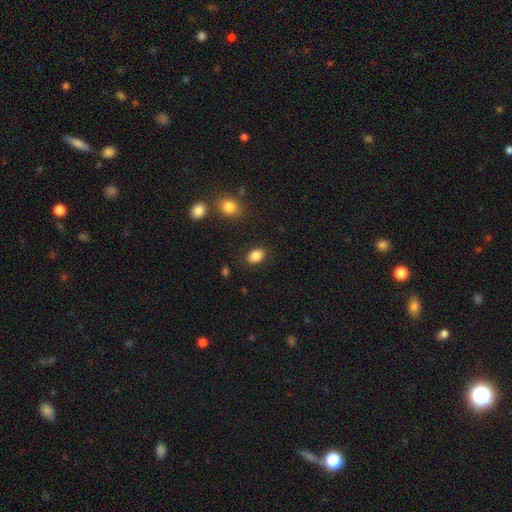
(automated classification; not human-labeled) Morphology: type=smooth (86%); roundness=in between (79%); merging=none (86%).